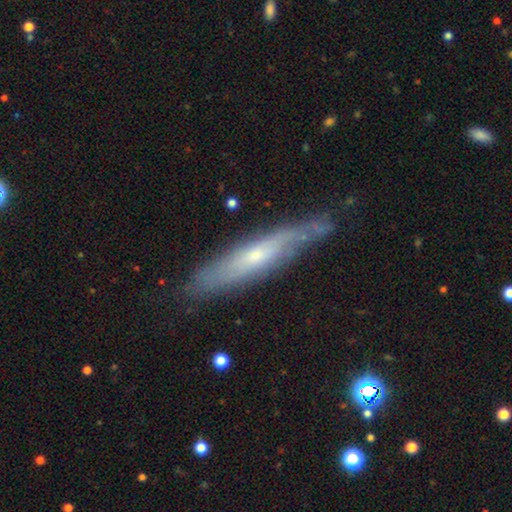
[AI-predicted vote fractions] This appears to be a featured or disk galaxy (63%) viewed edge-on (64%). Merging: none (73%).